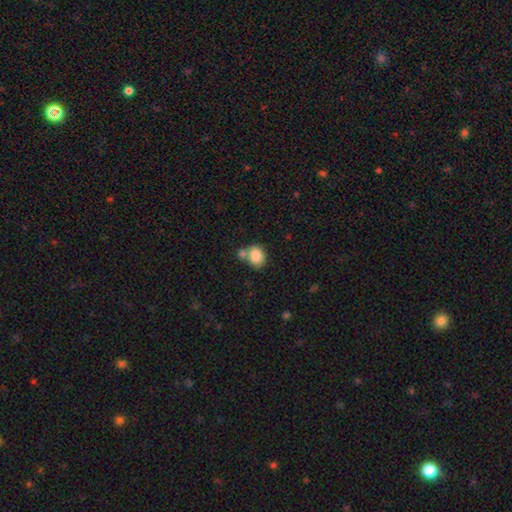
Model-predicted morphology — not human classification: smooth 86%, star or artifact 8%, featured or disk 6%. Down the decision tree: how rounded — round (52%); merging — none (51%).